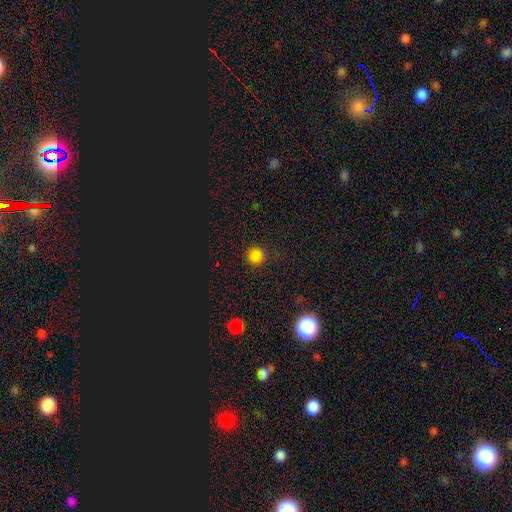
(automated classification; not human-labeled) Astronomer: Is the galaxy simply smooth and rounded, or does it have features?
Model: smooth — 74%.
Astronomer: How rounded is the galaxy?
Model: round — 89%.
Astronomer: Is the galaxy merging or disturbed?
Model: none — 80%.